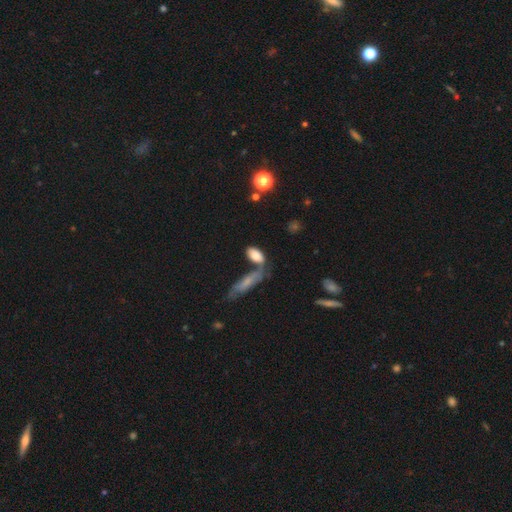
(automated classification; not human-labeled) Q: Smooth or featured?
A: smooth (78%); runner-up: featured or disk (13%)
Q: How rounded?
A: in between (84%); runner-up: cigar-shaped (12%)
Q: Merging?
A: none (42%); runner-up: merger (35%)